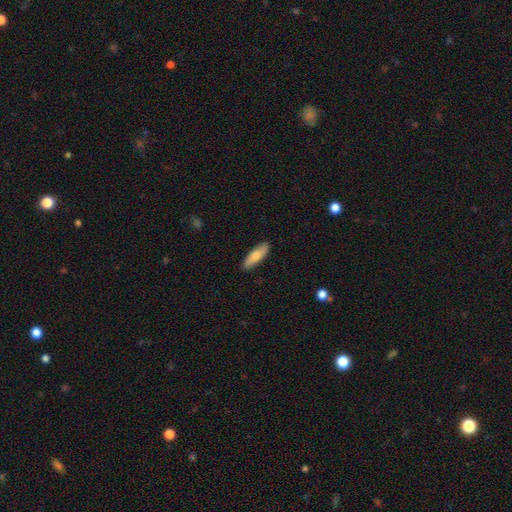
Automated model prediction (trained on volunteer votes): Overall: smooth (76%). How rounded: cigar-shaped (50%; in between 48%). Merging: none (88%).